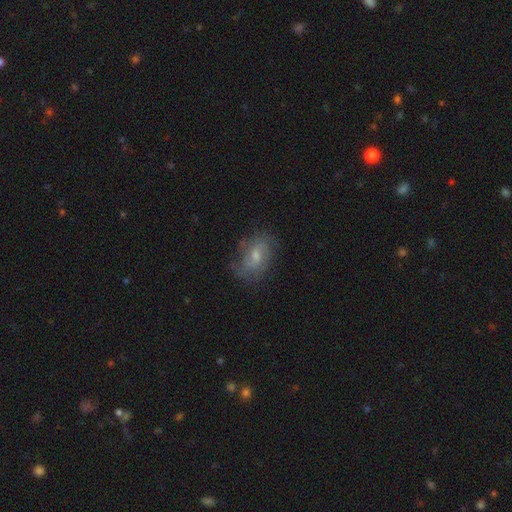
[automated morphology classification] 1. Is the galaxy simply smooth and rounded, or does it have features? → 60% featured or disk, 29% smooth, 11% star or artifact.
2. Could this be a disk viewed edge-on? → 96% no, 4% yes.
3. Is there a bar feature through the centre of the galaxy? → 55% no, 39% weak, 6% strong.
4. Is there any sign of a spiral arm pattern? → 81% yes, 19% no.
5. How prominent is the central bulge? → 46% moderate (tied), 46% small (tied), 4% none, 3% large, 1% dominant.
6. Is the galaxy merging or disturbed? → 69% none, 20% minor disturbance, 10% major disturbance, 1% merger.